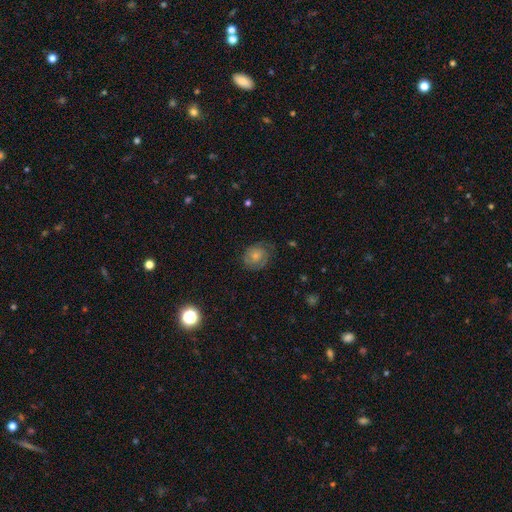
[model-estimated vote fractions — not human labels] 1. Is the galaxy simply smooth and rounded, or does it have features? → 54% smooth, 37% featured or disk, 9% star or artifact.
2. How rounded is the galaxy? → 68% round, 31% in between, 1% cigar-shaped.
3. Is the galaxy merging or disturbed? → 63% none, 25% minor disturbance, 11% major disturbance, 1% merger.